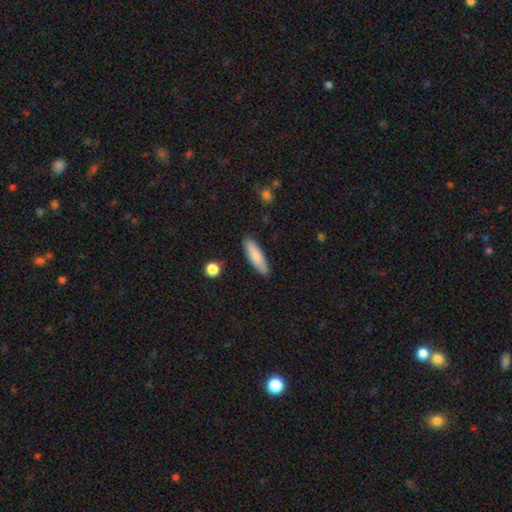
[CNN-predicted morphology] Overall: smooth (83%). How rounded: cigar-shaped (60%; in between 38%). Merging: none (87%).